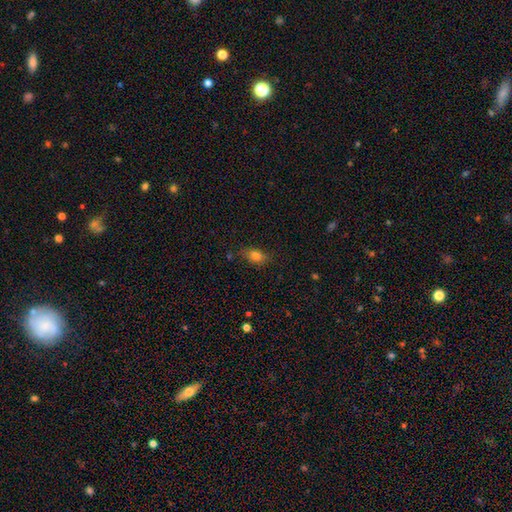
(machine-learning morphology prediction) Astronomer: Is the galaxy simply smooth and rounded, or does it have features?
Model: smooth — 81%.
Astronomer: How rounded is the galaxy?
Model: in between — 83%.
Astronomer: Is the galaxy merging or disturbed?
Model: none — 76%.